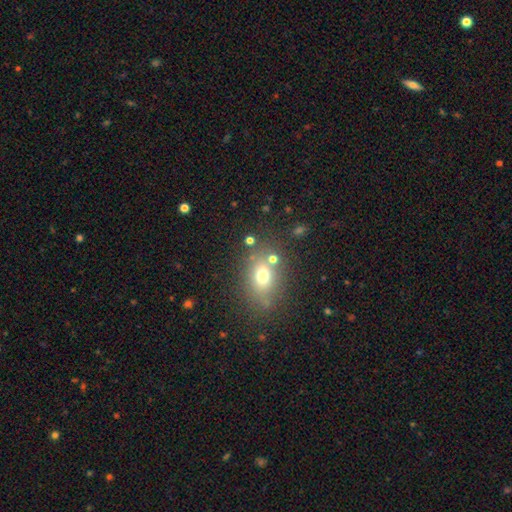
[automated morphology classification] type=smooth (57%); roundness=in between (57%); merging=none (70%).